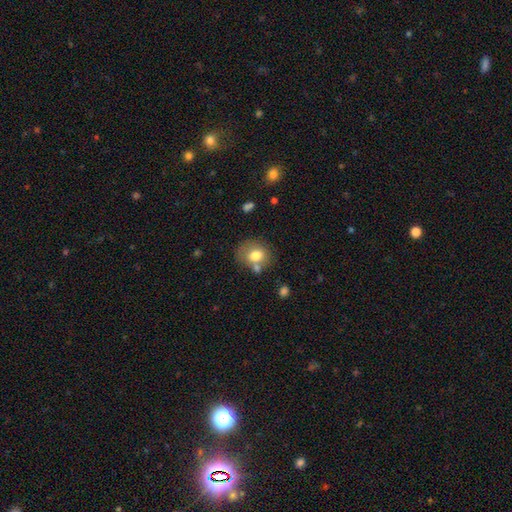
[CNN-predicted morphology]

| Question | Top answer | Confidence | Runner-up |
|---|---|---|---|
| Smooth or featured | smooth | 73% | featured or disk (17%) |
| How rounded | round | 65% | in between (35%) |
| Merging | none | 56% | merger (19%) |